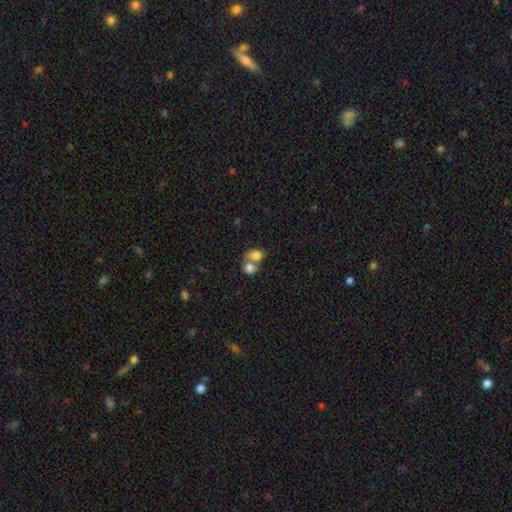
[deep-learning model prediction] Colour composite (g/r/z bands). It shows a smooth galaxy with no disk features (79%) that is in between round and cigar-shaped (66%). Merging: merger (68%).